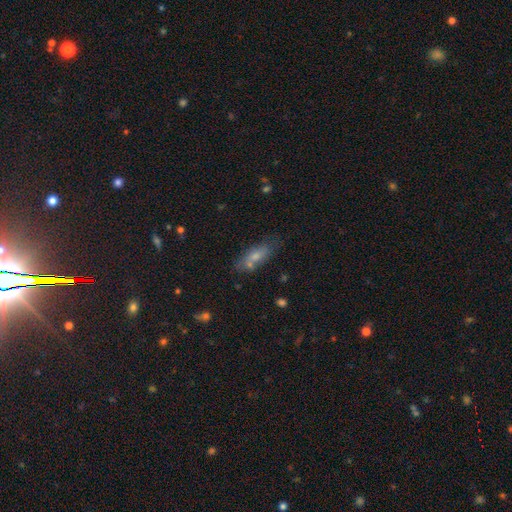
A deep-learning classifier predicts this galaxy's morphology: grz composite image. It shows a smooth galaxy with no disk features (59%) that is in between round and cigar-shaped (56%). Merging: none (63%).